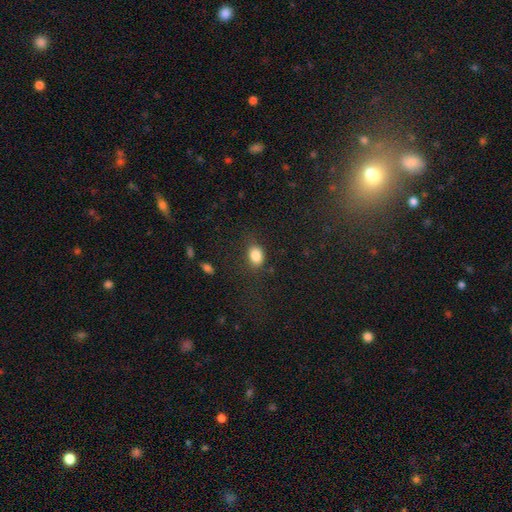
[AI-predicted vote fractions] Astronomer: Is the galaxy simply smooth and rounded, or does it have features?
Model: smooth — 84%.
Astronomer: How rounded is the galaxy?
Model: in between — 73%.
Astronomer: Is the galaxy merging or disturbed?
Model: none — 73%.